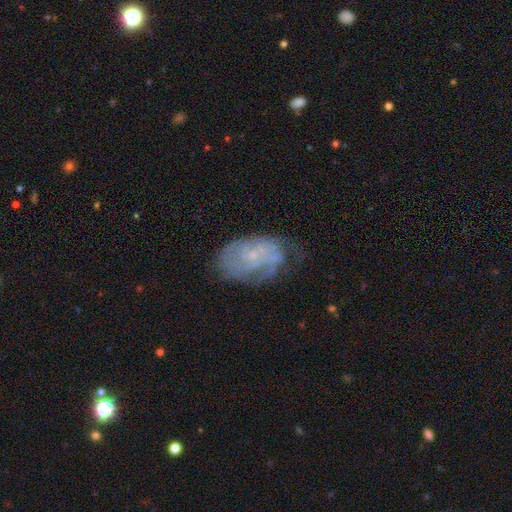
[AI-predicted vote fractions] A featured or disk galaxy (69%) with no bar (77%), tight (59%) spiral arms (79%) and a small central bulge (81%).

Vote fractions:
- Smooth or featured? featured or disk: 69% / smooth: 22% / star or artifact: 9%
- Edge-on disk? no: 96% / yes: 4%
- Bar? no: 77% / weak: 20% / strong: 3%
- Spiral arms? yes: 79% / no: 21%
- Spiral winding? tight: 59% / medium: 29% / loose: 12%
- Spiral arm count? can't tell: 55% / 2: 16% / 3: 11% / 4: 8% / 1: 5% / more than 4: 5%
- Bulge size? small: 81% / moderate: 12% / none: 6% / large: 1% / dominant: 1%
- Merging? none: 52% / minor disturbance: 29% / major disturbance: 16% / merger: 2%